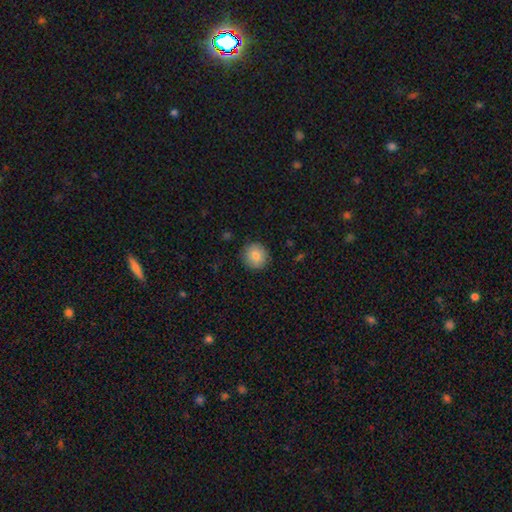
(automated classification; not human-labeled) This is clearly a smooth galaxy (84%). How rounded: clearly round (94%). Merging: clearly none (90%).